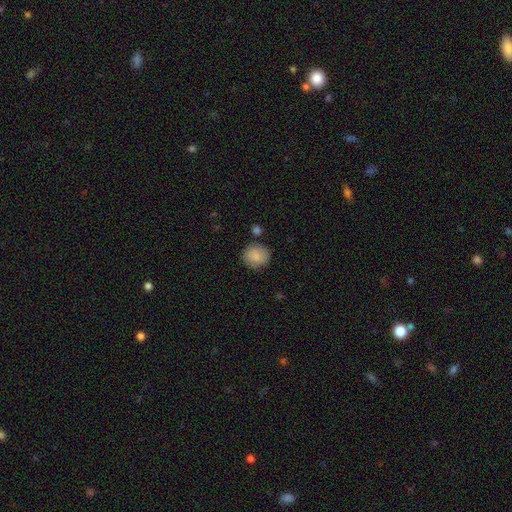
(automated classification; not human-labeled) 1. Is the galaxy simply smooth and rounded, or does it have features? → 84% smooth, 9% featured or disk, 7% star or artifact.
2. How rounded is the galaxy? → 87% round, 12% in between, 1% cigar-shaped.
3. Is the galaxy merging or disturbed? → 80% none, 12% minor disturbance, 5% merger, 3% major disturbance.